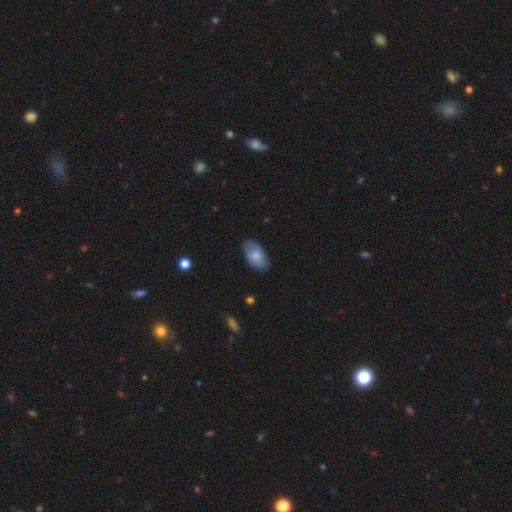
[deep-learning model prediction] The model was most divided on "smooth or featured": smooth: 74%, featured or disk: 20%, star or artifact: 6%. More confident: how rounded — in between (94%); merging — none (78%).